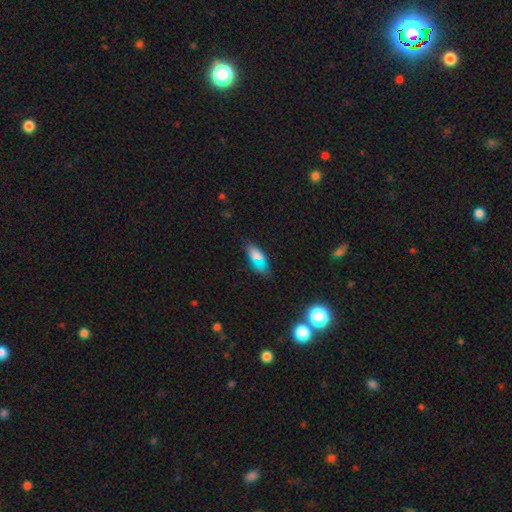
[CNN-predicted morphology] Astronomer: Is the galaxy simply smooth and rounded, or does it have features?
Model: smooth — 67%.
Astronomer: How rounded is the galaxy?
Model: in between — 82%.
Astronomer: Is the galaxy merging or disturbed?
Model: none — 77%.